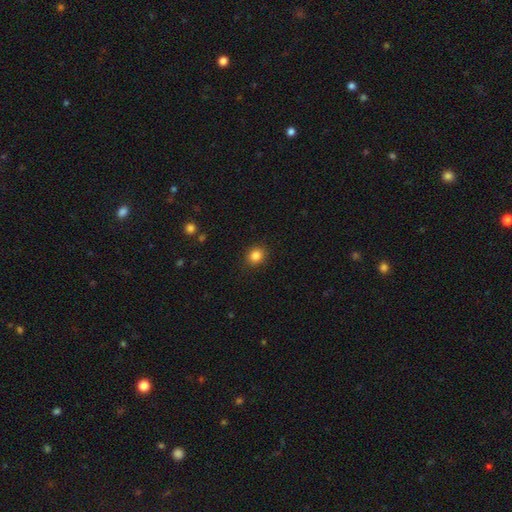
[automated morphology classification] smooth 84%, star or artifact 11%, featured or disk 5%. Down the decision tree: how rounded — round (71%); merging — none (89%).